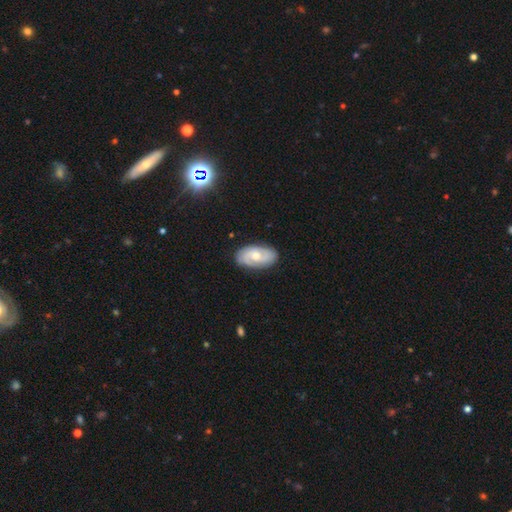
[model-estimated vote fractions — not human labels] Overall: featured or disk (71%). Edge-on disk: no (96%). Bar: no (62%; weak 33%). Spiral arms: yes (92%). Spiral arm count: 2 (54%; can't tell 21%). Spiral winding: tight (53%; medium 36%). Bulge size: moderate (62%; small 31%). Merging: none (83%).